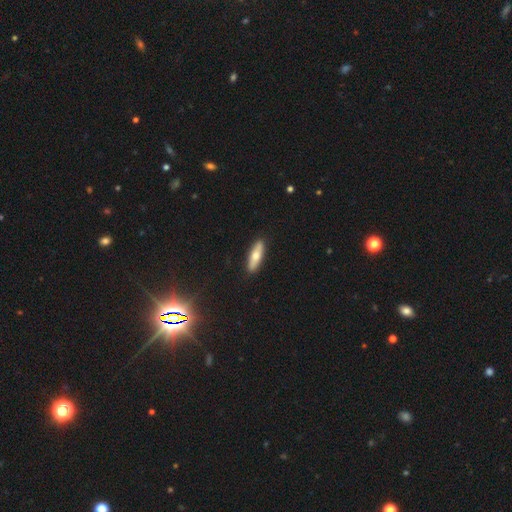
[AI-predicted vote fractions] A smooth galaxy with no disk features (62%) that is cigar-shaped (58%).

Vote fractions:
- Smooth or featured? smooth: 62% / featured or disk: 32% / star or artifact: 6%
- How rounded? cigar-shaped: 58% / in between: 40% / round: 2%
- Merging? none: 89% / minor disturbance: 8% / major disturbance: 2% / merger: 1%